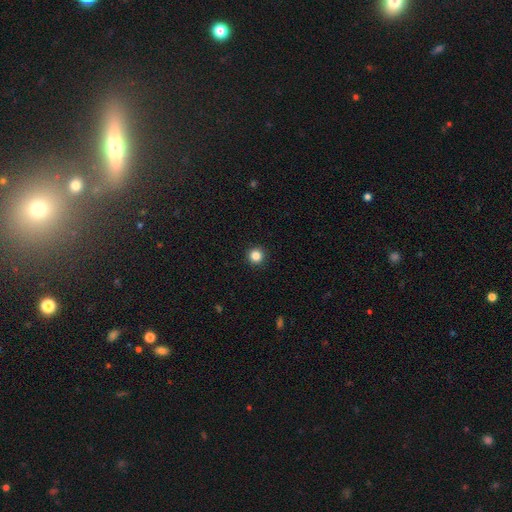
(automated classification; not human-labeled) Smooth or featured?
  - smooth: 85% *
  - star or artifact: 11%
  - featured or disk: 4%
How rounded?
  - round: 96% *
  - in between: 3%
  - cigar-shaped: 1%
Merging?
  - none: 93% *
  - minor disturbance: 4%
  - major disturbance: 2%
  - merger: 1%